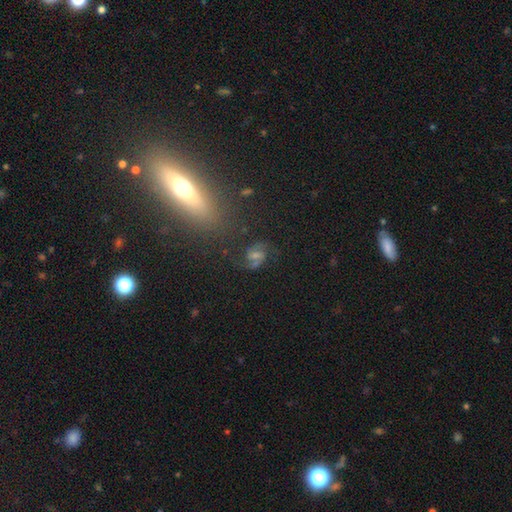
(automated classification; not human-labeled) A featured or disk galaxy (72%) with a weak bar (50%), 2 (90%) medium (48%) spiral arms (92%) and a small central bulge (40%).

Vote fractions:
- Smooth or featured? featured or disk: 72% / smooth: 16% / star or artifact: 12%
- Edge-on disk? no: 97% / yes: 3%
- Bar? weak: 50% / no: 25% / strong: 25%
- Spiral arms? yes: 92% / no: 8%
- Spiral winding? medium: 48% / loose: 40% / tight: 12%
- Spiral arm count? 2: 90% / can't tell: 4% / 1: 3% / 3: 1% / 4: 1% / more than 4: 1%
- Bulge size? small: 40% / moderate: 34% / none: 19% / large: 5% / dominant: 2%
- Merging? none: 65% / minor disturbance: 17% / major disturbance: 12% / merger: 6%